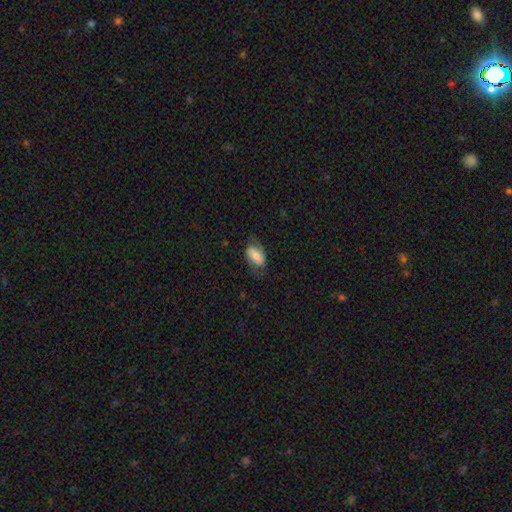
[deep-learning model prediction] Smooth or featured?
  - smooth: 54% *
  - featured or disk: 38%
  - star or artifact: 8%
How rounded?
  - in between: 90% *
  - round: 7%
  - cigar-shaped: 3%
Merging?
  - none: 64% *
  - minor disturbance: 22%
  - major disturbance: 12%
  - merger: 1%